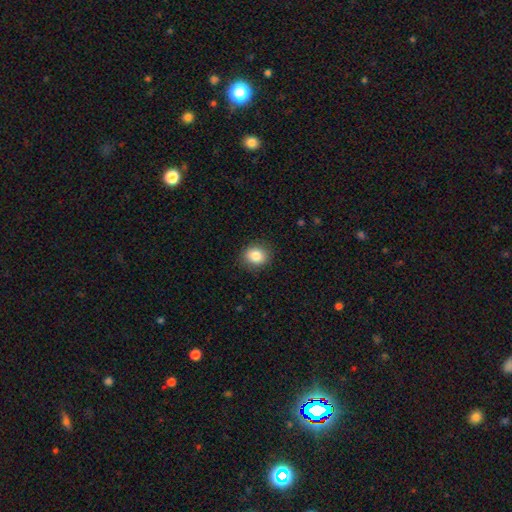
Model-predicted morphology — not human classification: Smooth or featured: smooth — 84% (star or artifact — 10%)
How rounded: round — 76% (in between — 23%)
Merging: none — 89% (minor disturbance — 8%)